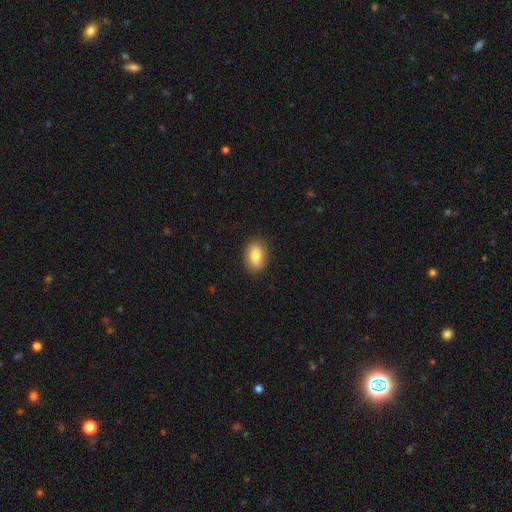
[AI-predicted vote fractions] Q: Smooth or featured?
A: smooth (80%); runner-up: featured or disk (13%)
Q: How rounded?
A: in between (84%); runner-up: round (14%)
Q: Merging?
A: none (87%); runner-up: minor disturbance (10%)